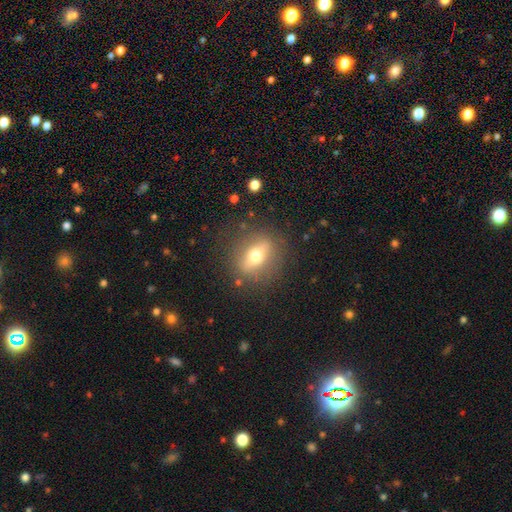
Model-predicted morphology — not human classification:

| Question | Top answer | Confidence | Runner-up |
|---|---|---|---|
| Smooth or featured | featured or disk | 47% | smooth (44%) |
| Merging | none | 82% | minor disturbance (11%) |